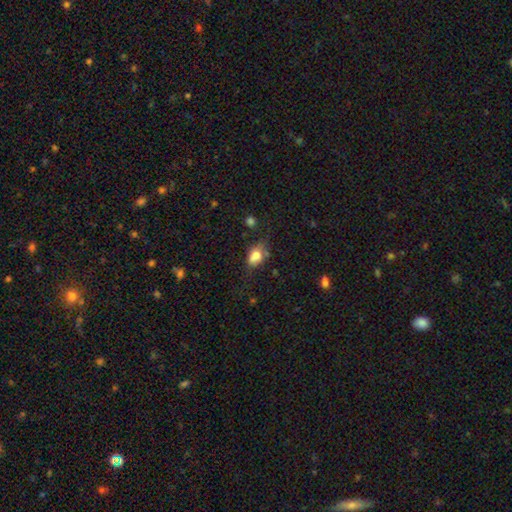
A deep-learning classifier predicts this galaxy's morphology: Smooth or featured?
  - smooth: 76% *
  - featured or disk: 13%
  - star or artifact: 10%
How rounded?
  - in between: 78% *
  - round: 19%
  - cigar-shaped: 3%
Merging?
  - none: 47% *
  - minor disturbance: 31%
  - major disturbance: 15%
  - merger: 7%